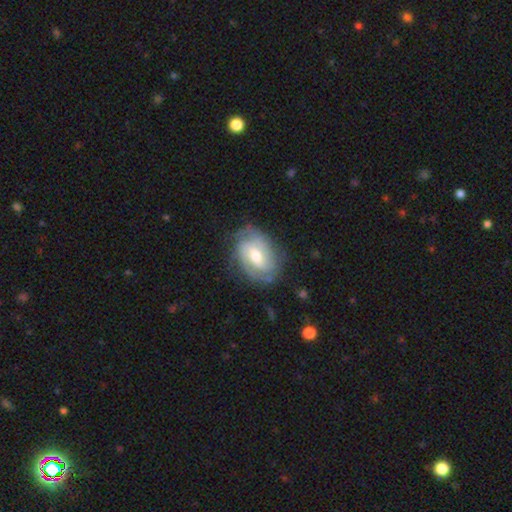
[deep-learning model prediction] Overall: featured or disk (72%). Edge-on disk: no (96%). Bar: weak (45%; no 40%). Spiral arms: yes (90%). Spiral arm count: 2 (41%; can't tell 30%). Spiral winding: tight (56%; medium 33%). Bulge size: moderate (63%; small 28%). Merging: none (72%).